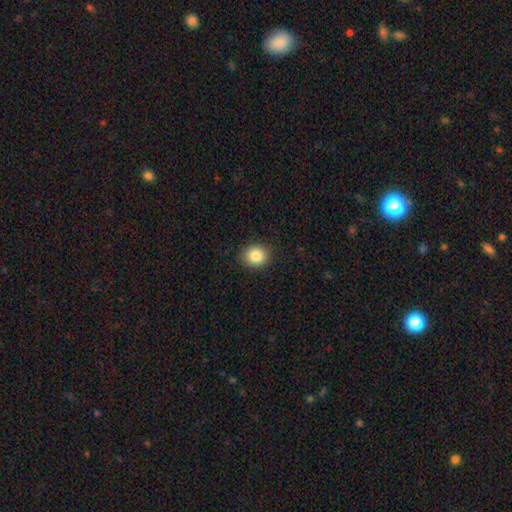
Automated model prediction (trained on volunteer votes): A smooth galaxy with no disk features (85%) that is round (75%).

Vote fractions:
- Smooth or featured? smooth: 85% / star or artifact: 9% / featured or disk: 6%
- How rounded? round: 75% / in between: 25% / cigar-shaped: 1%
- Merging? none: 89% / minor disturbance: 8% / major disturbance: 2% / merger: 1%